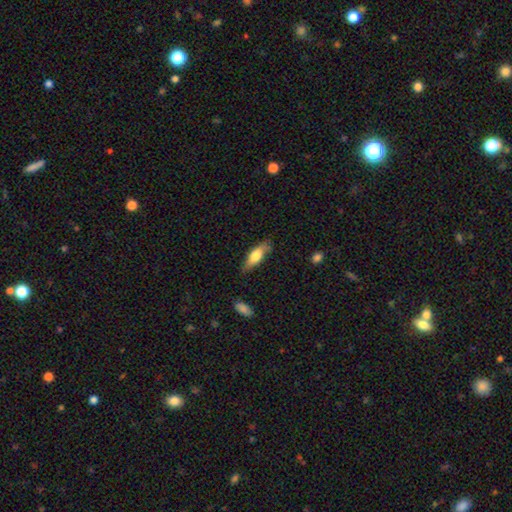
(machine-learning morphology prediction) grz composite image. It shows a smooth galaxy with no disk features (65%) that is in between round and cigar-shaped (55%). Merging: none (73%).